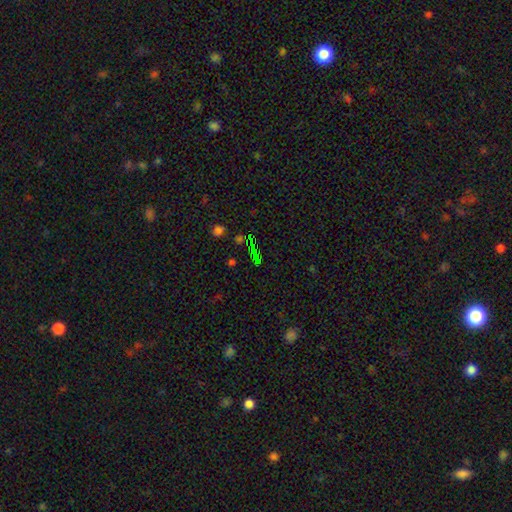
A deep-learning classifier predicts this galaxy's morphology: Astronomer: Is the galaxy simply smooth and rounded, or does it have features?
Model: star or artifact — 65%.